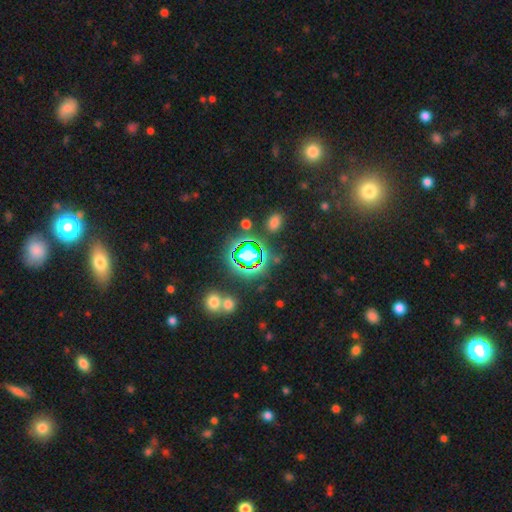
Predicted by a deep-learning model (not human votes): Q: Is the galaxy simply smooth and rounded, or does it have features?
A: star or artifact — 74%.